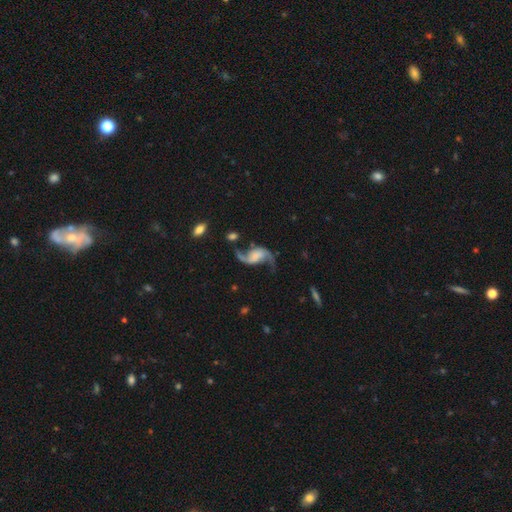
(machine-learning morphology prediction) smooth-or-featured: featured or disk: 88% | smooth: 6% | star or artifact: 6%
  disk-edge-on: no: 97% | yes: 3%
    bar: no: 49% | weak: 34% | strong: 16%
    has-spiral-arms: yes: 96% | no: 4%
      spiral-winding: loose: 84% | medium: 13% | tight: 3%
      spiral-arm-count: 2: 93% | 1: 3% | can't tell: 1% | 3: 1% | 4: 1% | more than 4: 1%
    bulge-size: none: 47% | small: 23% | moderate: 15% | large: 12% | dominant: 4%
  merging: none: 64% | minor disturbance: 17% | major disturbance: 14% | merger: 5%